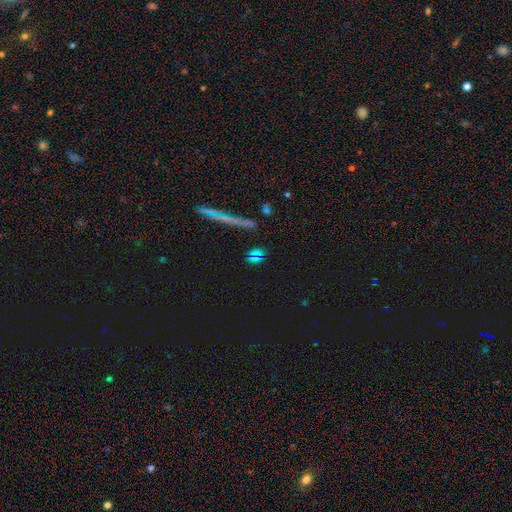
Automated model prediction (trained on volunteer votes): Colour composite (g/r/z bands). It shows a smooth galaxy with no disk features (43%). Merging: none (80%).